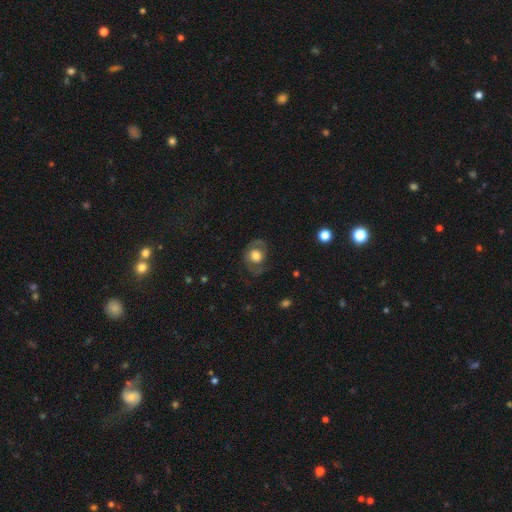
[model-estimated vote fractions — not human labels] Morphology: type=smooth (48%); merging=none (68%).